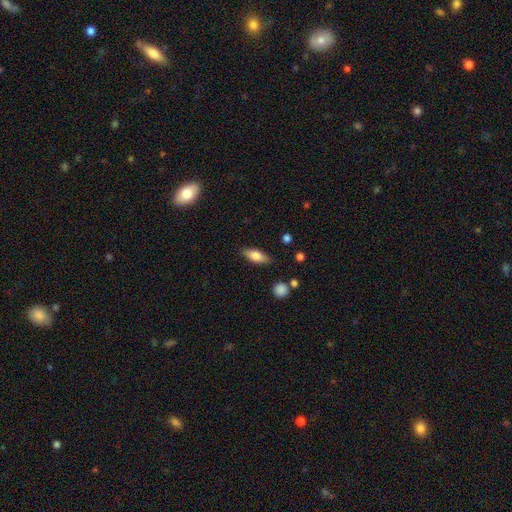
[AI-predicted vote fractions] A smooth galaxy with no disk features (75%) that is in between round and cigar-shaped (72%).

Vote fractions:
- Smooth or featured? smooth: 75% / featured or disk: 18% / star or artifact: 7%
- How rounded? in between: 72% / cigar-shaped: 24% / round: 3%
- Merging? none: 84% / minor disturbance: 11% / major disturbance: 3% / merger: 2%